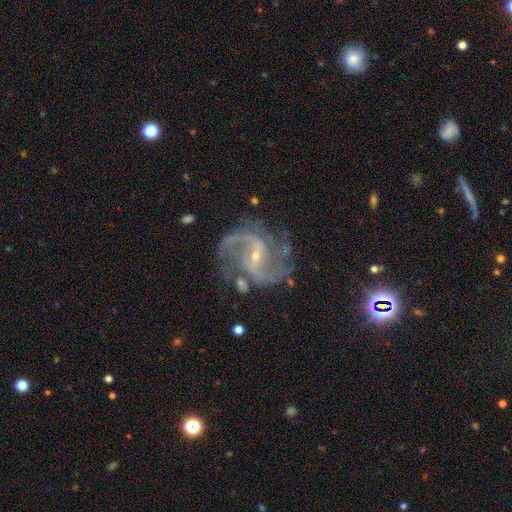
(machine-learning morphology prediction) Smooth or featured? Predicted: featured or disk (p=0.91). Edge-on disk? Predicted: no (p=0.98). Bar? Predicted: weak (p=0.43). Spiral arms? Predicted: yes (p=0.98). Spiral winding? Predicted: medium (p=0.52). Spiral arm count? Predicted: 2 (p=0.73). Bulge size? Predicted: small (p=0.79). Merging? Predicted: none (p=0.68).